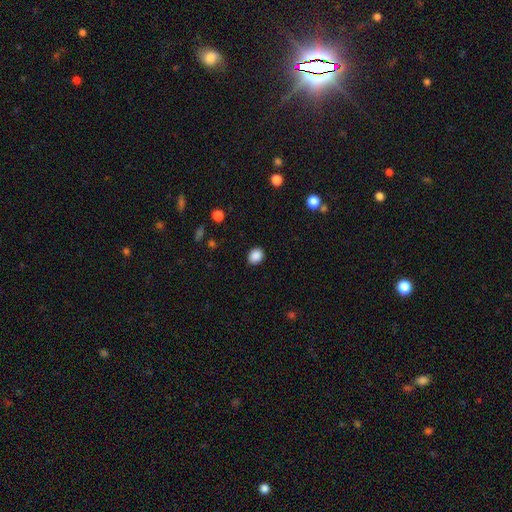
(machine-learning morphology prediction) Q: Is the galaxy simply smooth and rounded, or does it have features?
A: smooth — 88%.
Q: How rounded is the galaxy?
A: round — 53%.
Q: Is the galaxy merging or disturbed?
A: none — 89%.